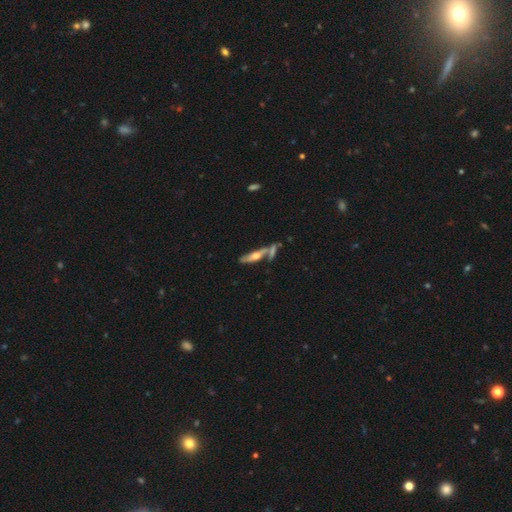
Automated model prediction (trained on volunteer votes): smooth-or-featured: featured or disk: 58% | smooth: 34% | star or artifact: 7%
  disk-edge-on: yes: 82% | no: 18%
  merging: none: 54% | merger: 27% | minor disturbance: 13% | major disturbance: 6%